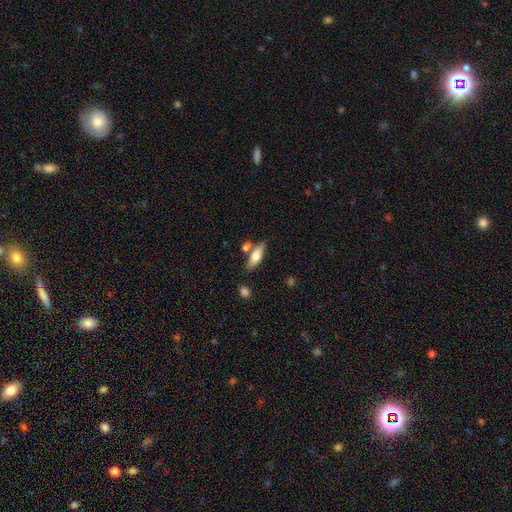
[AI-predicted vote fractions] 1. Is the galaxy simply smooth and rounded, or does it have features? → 62% smooth, 32% featured or disk, 6% star or artifact.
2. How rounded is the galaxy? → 52% in between, 45% cigar-shaped, 3% round.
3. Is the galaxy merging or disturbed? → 67% none, 16% merger, 13% minor disturbance, 4% major disturbance.